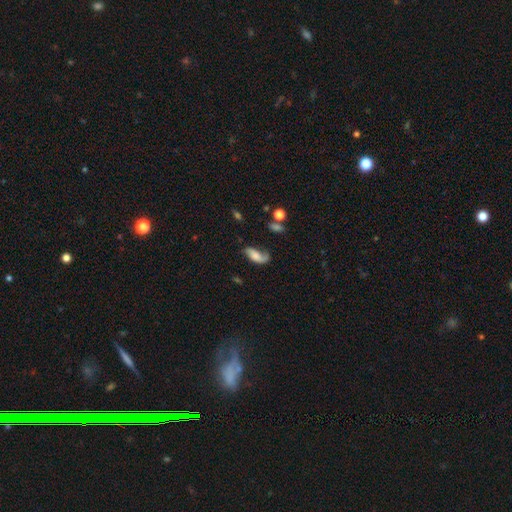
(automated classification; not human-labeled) This appears to be a featured or disk galaxy (48%). Merging: none (45%).